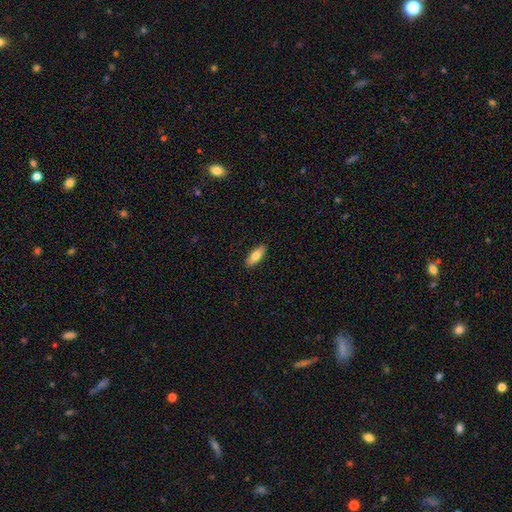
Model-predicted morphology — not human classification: A smooth galaxy with no disk features (77%) that is in between round and cigar-shaped (72%).

Vote fractions:
- Smooth or featured? smooth: 77% / featured or disk: 17% / star or artifact: 6%
- How rounded? in between: 72% / cigar-shaped: 25% / round: 2%
- Merging? none: 89% / minor disturbance: 8% / major disturbance: 2% / merger: 1%